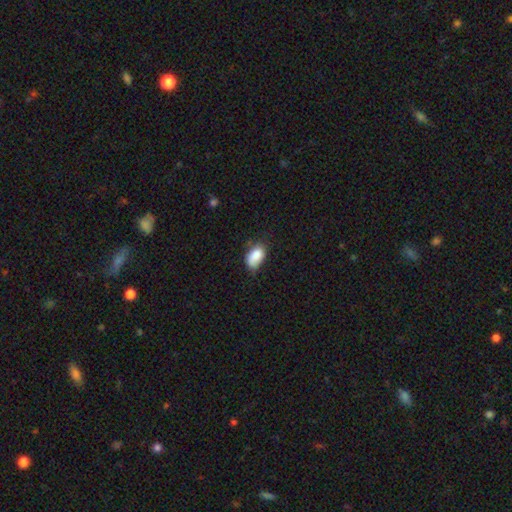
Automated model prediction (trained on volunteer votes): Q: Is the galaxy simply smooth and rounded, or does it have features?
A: smooth — 84%.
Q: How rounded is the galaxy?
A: in between — 91%.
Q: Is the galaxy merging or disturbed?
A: none — 49%.